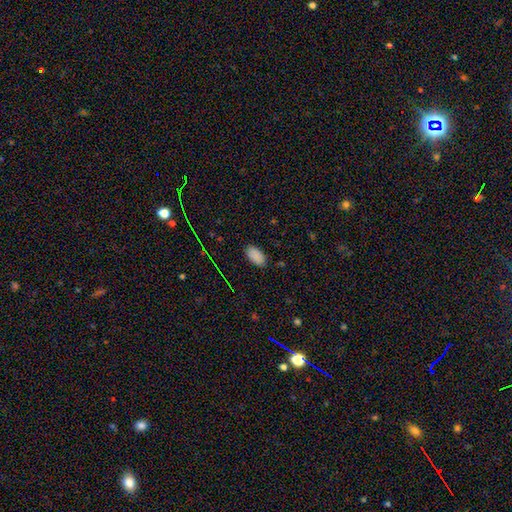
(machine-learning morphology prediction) smooth 86%, star or artifact 11%, featured or disk 3%. Down the decision tree: how rounded — in between (95%); merging — none (87%).